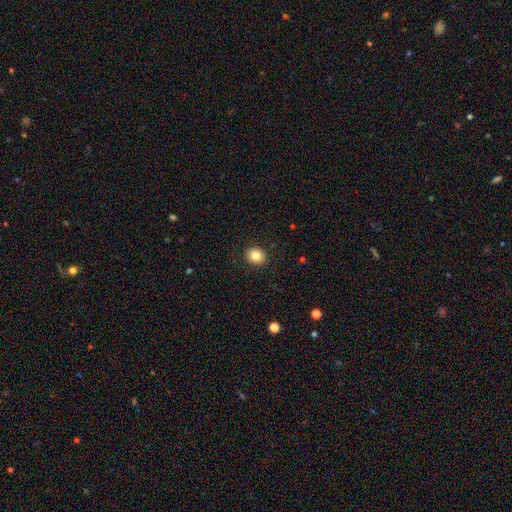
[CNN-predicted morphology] A smooth galaxy with no disk features (82%) that is round (72%).

Vote fractions:
- Smooth or featured? smooth: 82% / star or artifact: 10% / featured or disk: 8%
- How rounded? round: 72% / in between: 28% / cigar-shaped: 1%
- Merging? none: 91% / minor disturbance: 6% / major disturbance: 2% / merger: 1%